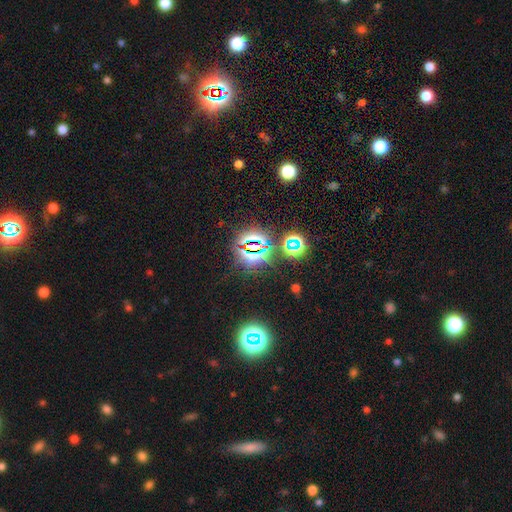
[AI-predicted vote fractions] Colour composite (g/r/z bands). It shows a star or artifact, not a galaxy (77%).